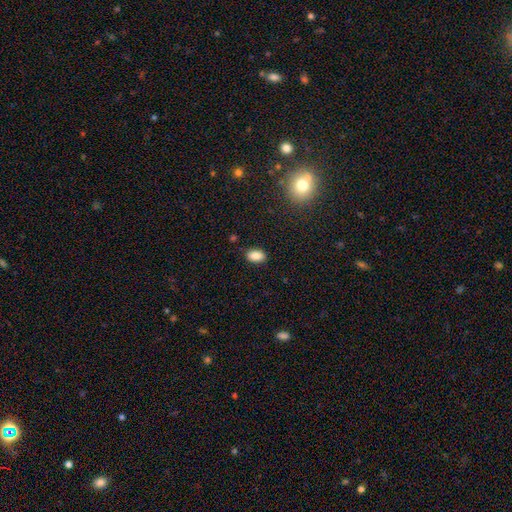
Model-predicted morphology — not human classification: smooth-or-featured: smooth: 86% | star or artifact: 9% | featured or disk: 5%
  how-rounded: in between: 90% | round: 8% | cigar-shaped: 2%
  merging: none: 85% | minor disturbance: 11% | major disturbance: 2% | merger: 1%